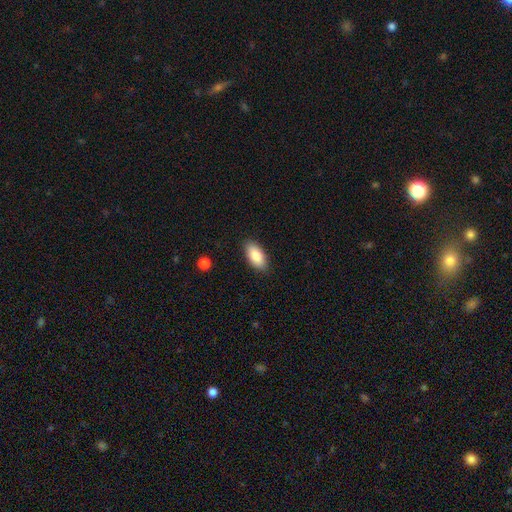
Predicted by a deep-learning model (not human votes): The model was most divided on "merging": none: 88%, minor disturbance: 9%, major disturbance: 2%, merger: 1%. More confident: how rounded — in between (91%); smooth or featured — smooth (87%).